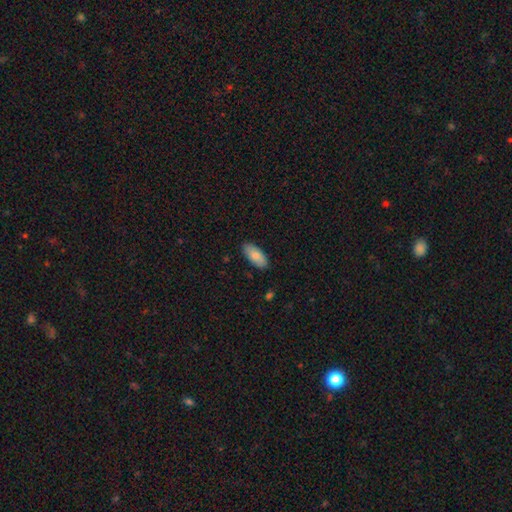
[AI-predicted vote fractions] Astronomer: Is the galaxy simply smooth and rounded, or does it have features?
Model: smooth — 81%.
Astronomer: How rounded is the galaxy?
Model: in between — 88%.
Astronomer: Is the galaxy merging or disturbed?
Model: none — 87%.